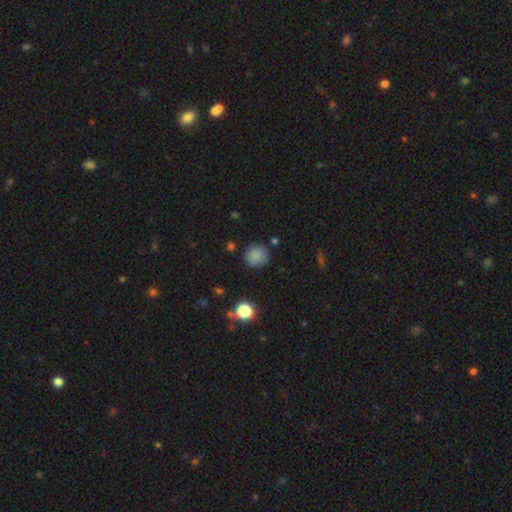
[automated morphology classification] A smooth galaxy with no disk features (84%) that is round (92%).

Vote fractions:
- Smooth or featured? smooth: 84% / star or artifact: 11% / featured or disk: 5%
- How rounded? round: 92% / in between: 7% / cigar-shaped: 1%
- Merging? none: 83% / minor disturbance: 11% / major disturbance: 3% / merger: 2%